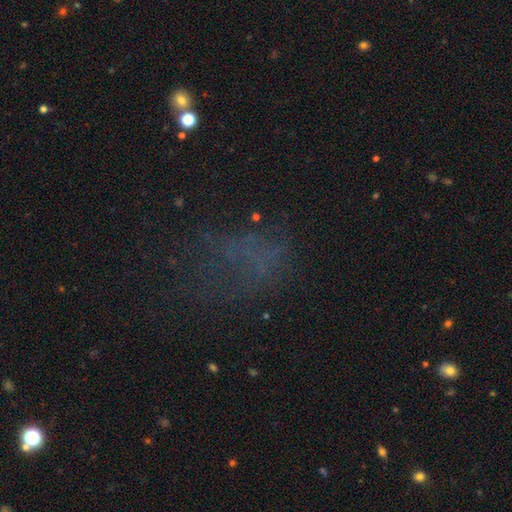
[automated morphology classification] smooth_or_featured: star or artifact (p=0.43) [alt: smooth p=0.34]